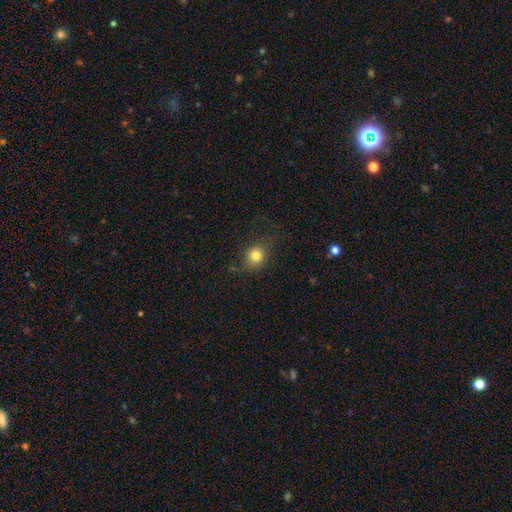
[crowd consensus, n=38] Smooth or featured? smooth (87%)
How rounded? round (73%)
Merging? none (60%)